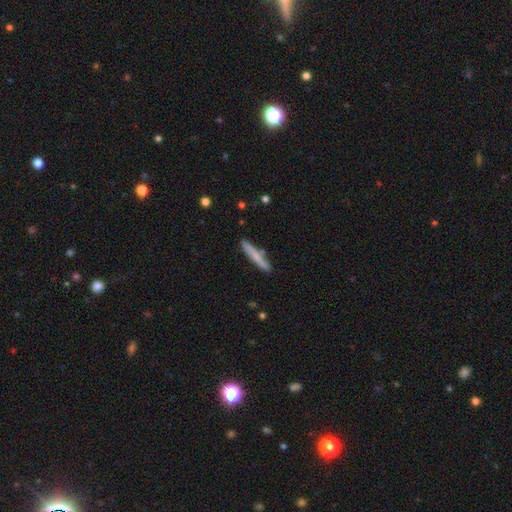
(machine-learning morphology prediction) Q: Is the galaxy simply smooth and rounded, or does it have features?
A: smooth — 61%.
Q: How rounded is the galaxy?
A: cigar-shaped — 94%.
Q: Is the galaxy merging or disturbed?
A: none — 81%.